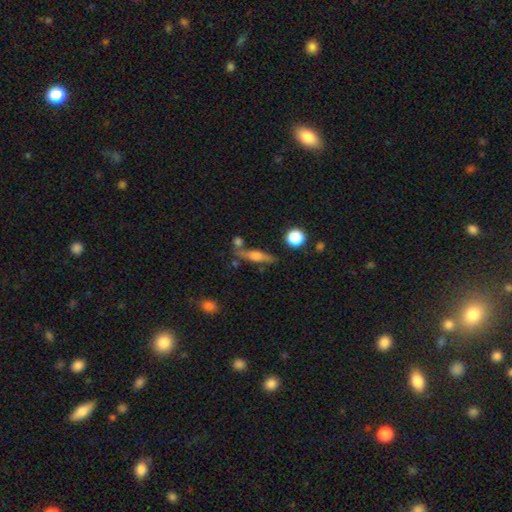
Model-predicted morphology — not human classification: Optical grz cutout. It shows a featured or disk galaxy (53%) viewed edge-on (92%). Merging: none (68%).